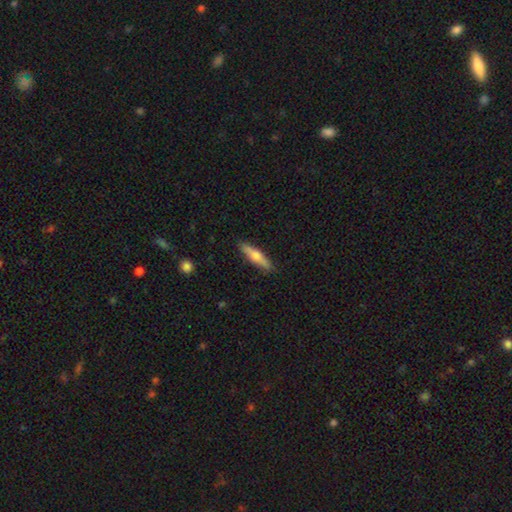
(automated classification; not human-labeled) The model was most divided on "smooth or featured": smooth: 52%, featured or disk: 42%, star or artifact: 6%. More confident: merging — none (89%); how rounded — cigar-shaped (79%).